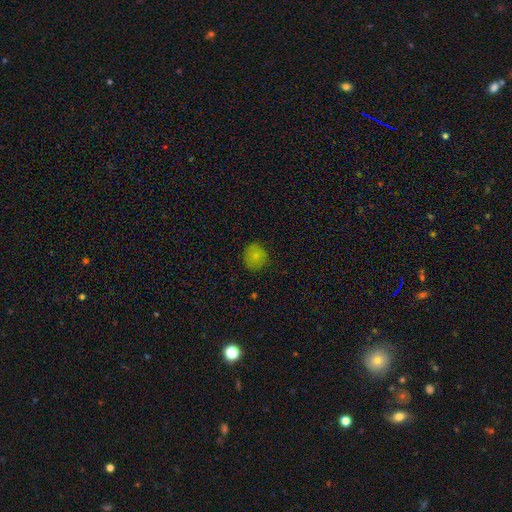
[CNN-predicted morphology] Q: Smooth or featured?
A: smooth (80%); runner-up: star or artifact (12%)
Q: How rounded?
A: round (85%); runner-up: in between (14%)
Q: Merging?
A: none (81%); runner-up: minor disturbance (15%)